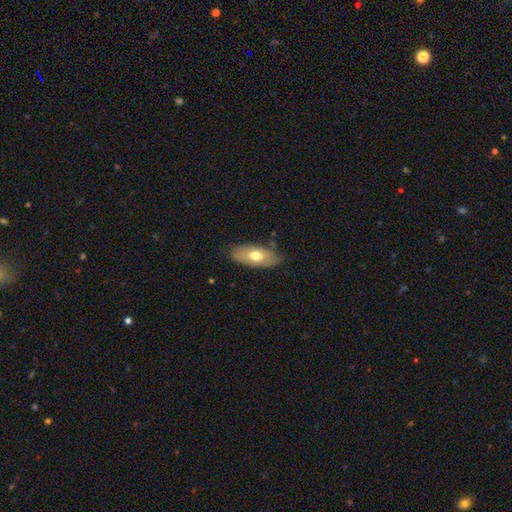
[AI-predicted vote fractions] Smooth or featured? smooth (62%)
How rounded? in between (87%)
Merging? none (80%)